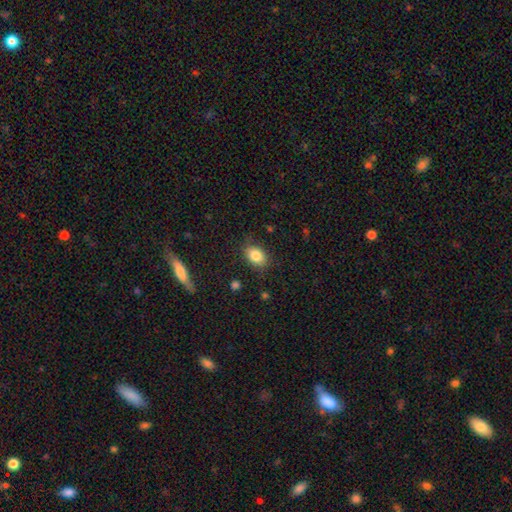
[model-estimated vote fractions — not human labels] Smooth or featured?
  - smooth: 83% *
  - star or artifact: 9%
  - featured or disk: 8%
How rounded?
  - in between: 78% *
  - round: 21%
  - cigar-shaped: 2%
Merging?
  - none: 80% *
  - minor disturbance: 15%
  - major disturbance: 4%
  - merger: 2%